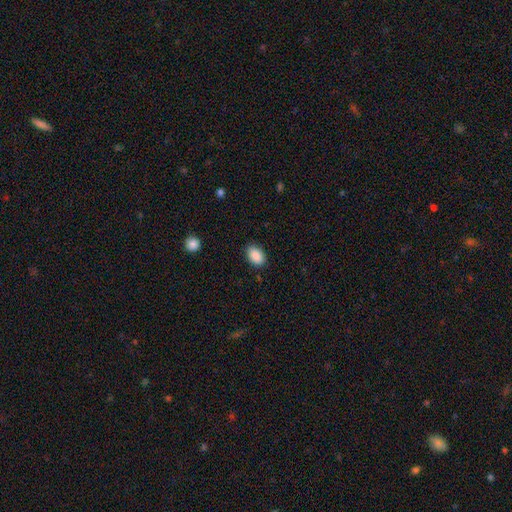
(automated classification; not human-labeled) smooth 89%, star or artifact 7%, featured or disk 3%. Down the decision tree: how rounded — in between (87%); merging — none (87%).